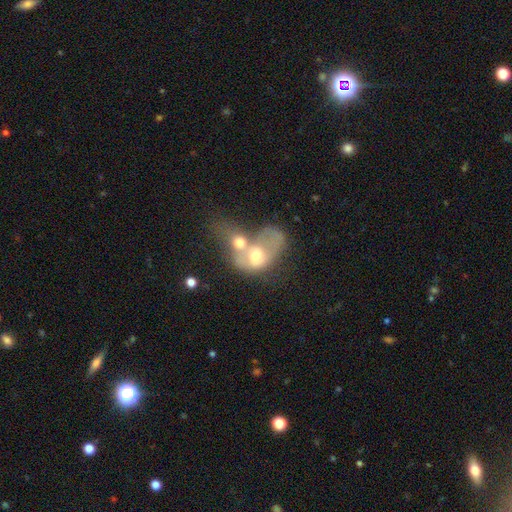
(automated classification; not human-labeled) smooth_or_featured: smooth (p=0.50) [alt: featured or disk p=0.40]
how_rounded: in between (p=0.63) [alt: round p=0.35]
merging: merger (p=0.80) [alt: major disturbance p=0.10]